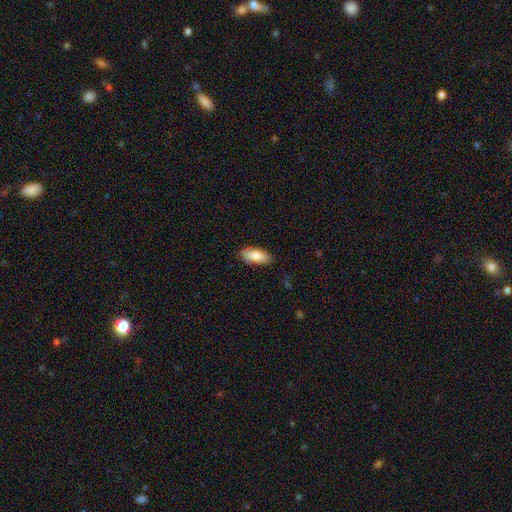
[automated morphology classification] smooth_or_featured: smooth (p=0.84) [alt: featured or disk p=0.10]
how_rounded: in between (p=0.85) [alt: cigar-shaped p=0.13]
merging: none (p=0.83) [alt: minor disturbance p=0.13]